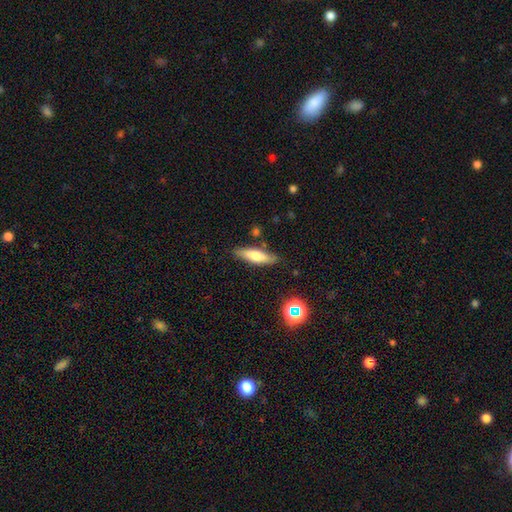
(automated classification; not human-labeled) Morphology: type=smooth (62%); roundness=cigar-shaped (60%); merging=none (81%).